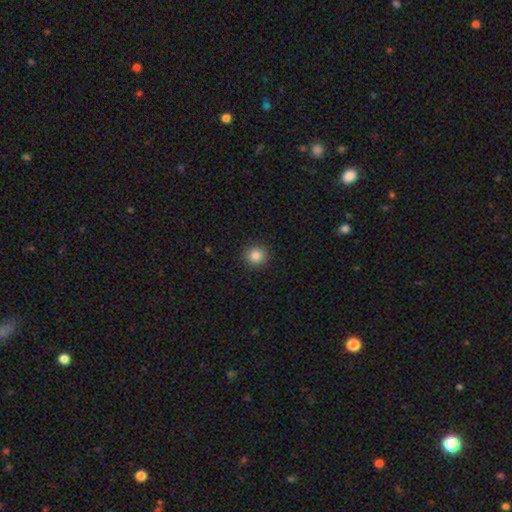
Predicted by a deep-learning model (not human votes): Overall: smooth (85%). How rounded: round (92%). Merging: none (92%).